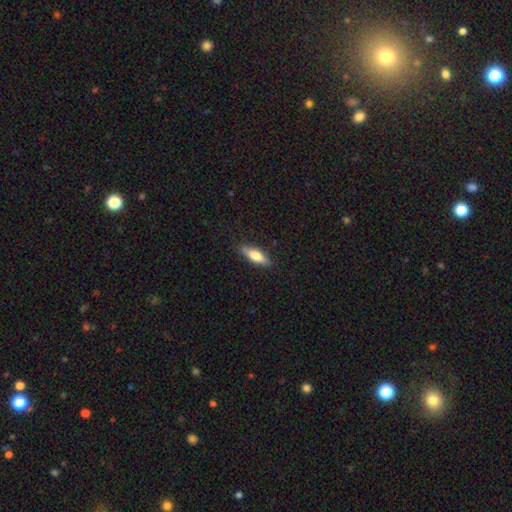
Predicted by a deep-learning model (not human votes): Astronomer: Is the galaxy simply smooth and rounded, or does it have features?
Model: smooth — 69%.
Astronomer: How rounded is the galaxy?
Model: cigar-shaped — 53% (runner-up: in between, 45%).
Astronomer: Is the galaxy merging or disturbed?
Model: none — 87%.